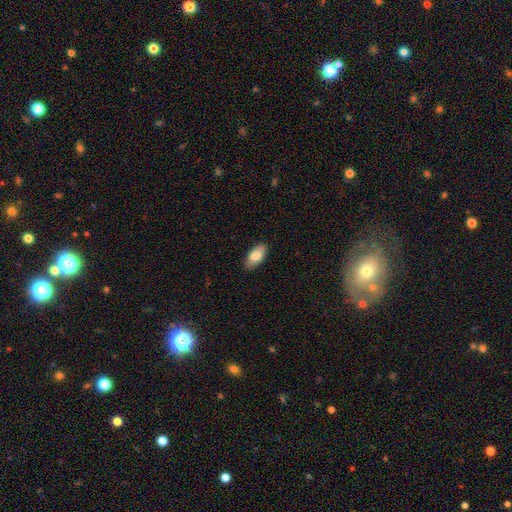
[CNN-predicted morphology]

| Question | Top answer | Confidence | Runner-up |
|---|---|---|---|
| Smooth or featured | smooth | 83% | featured or disk (11%) |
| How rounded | in between | 92% | cigar-shaped (5%) |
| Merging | none | 87% | minor disturbance (10%) |